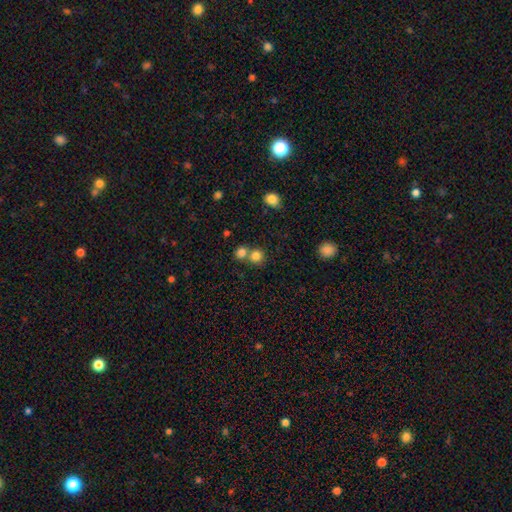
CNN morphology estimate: Smooth or featured?
  - smooth: 81% *
  - star or artifact: 13%
  - featured or disk: 7%
How rounded?
  - round: 89% *
  - in between: 10%
  - cigar-shaped: 1%
Merging?
  - none: 53% *
  - merger: 38%
  - minor disturbance: 6%
  - major disturbance: 3%